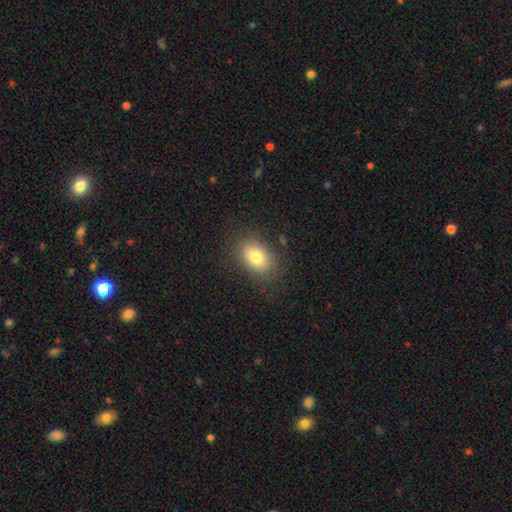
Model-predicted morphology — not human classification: Smooth or featured?
  - smooth: 80% *
  - featured or disk: 10%
  - star or artifact: 10%
How rounded?
  - in between: 77% *
  - round: 22%
  - cigar-shaped: 1%
Merging?
  - none: 83% *
  - minor disturbance: 11%
  - major disturbance: 4%
  - merger: 1%